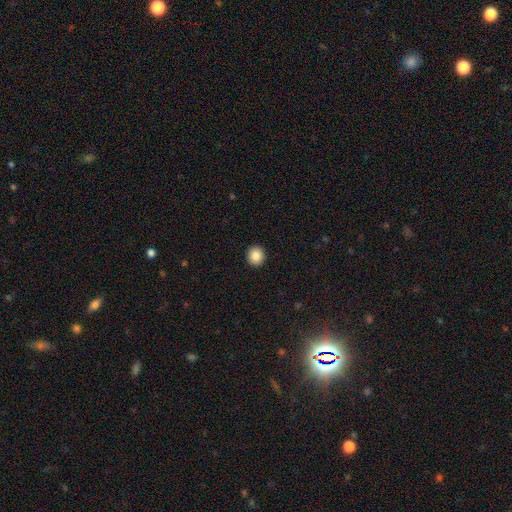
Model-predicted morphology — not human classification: A smooth galaxy with no disk features (86%) that is round (91%).

Vote fractions:
- Smooth or featured? smooth: 86% / star or artifact: 9% / featured or disk: 5%
- How rounded? round: 91% / in between: 8% / cigar-shaped: 1%
- Merging? none: 93% / minor disturbance: 4% / major disturbance: 2% / merger: 1%